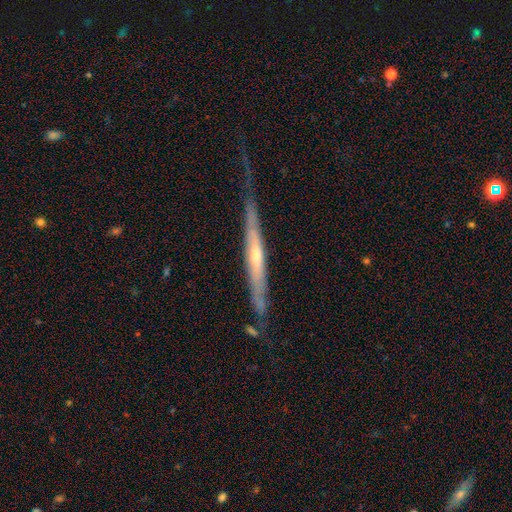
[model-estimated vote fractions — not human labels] Overall: featured or disk (73%). Edge-on disk: yes (89%). Edge-on bulge: rounded (53%; none 40%). Merging: none (54%; minor disturbance 30%).